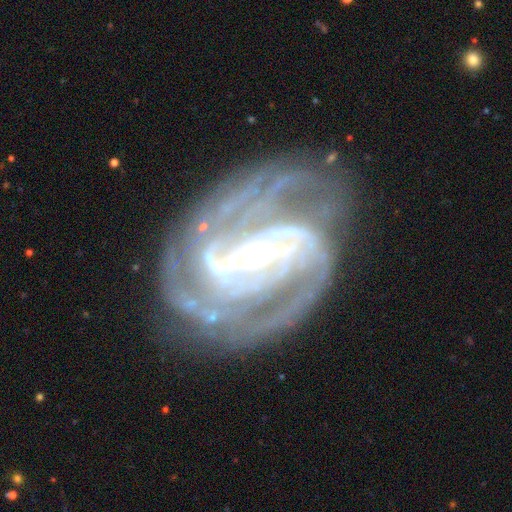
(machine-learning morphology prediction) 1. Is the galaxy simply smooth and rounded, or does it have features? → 92% featured or disk, 5% star or artifact, 3% smooth.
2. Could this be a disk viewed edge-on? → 97% no, 3% yes.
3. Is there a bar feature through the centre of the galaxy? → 60% strong, 28% weak, 12% no.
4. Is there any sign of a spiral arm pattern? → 98% yes, 2% no.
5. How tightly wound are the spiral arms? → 62% tight, 33% medium, 5% loose.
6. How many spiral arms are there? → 26% 3, 24% 2, 20% 4, 14% can't tell, 9% more than 4, 7% 1.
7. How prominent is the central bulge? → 75% small, 21% moderate, 2% large, 2% none, 1% dominant.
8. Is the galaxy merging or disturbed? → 73% none, 17% minor disturbance, 9% major disturbance, 2% merger.